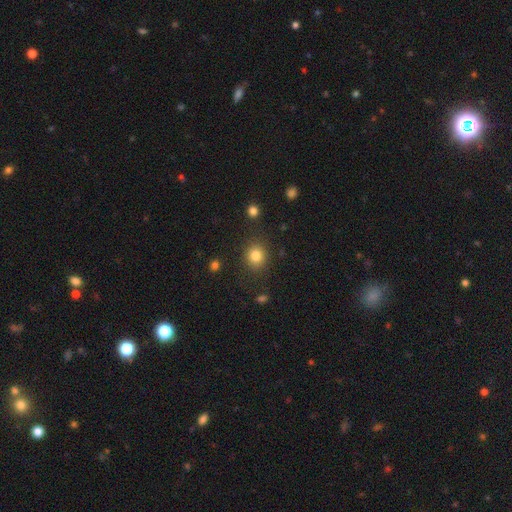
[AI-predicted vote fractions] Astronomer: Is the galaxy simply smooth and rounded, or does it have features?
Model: smooth — 83%.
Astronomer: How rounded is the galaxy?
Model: round — 78%.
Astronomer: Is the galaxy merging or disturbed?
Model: none — 86%.